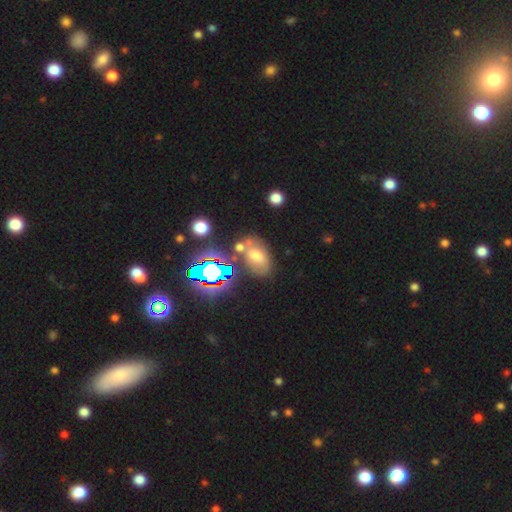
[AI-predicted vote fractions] The model was most divided on "smooth or featured": smooth: 54%, star or artifact: 25%, featured or disk: 21%. More confident: how rounded — in between (84%); merging — none (61%).